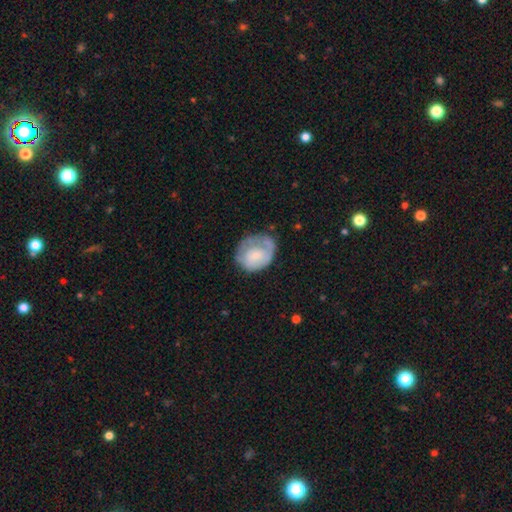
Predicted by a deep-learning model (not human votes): The model was most divided on "how rounded": round: 57%, in between: 42%, cigar-shaped: 1%. Remaining: smooth or featured — smooth (54%); merging — none (48%).